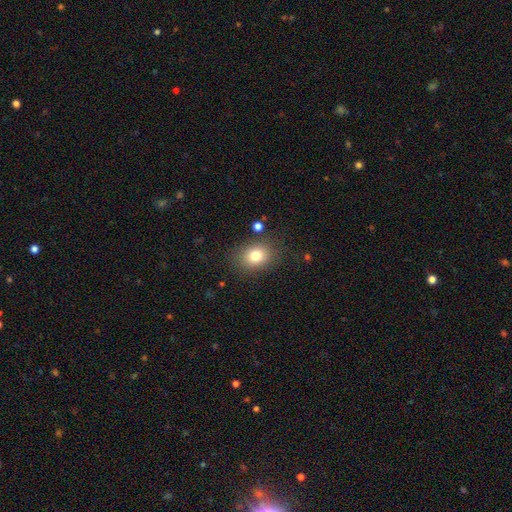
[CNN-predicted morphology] type=smooth (79%); roundness=in between (51%); merging=none (81%).